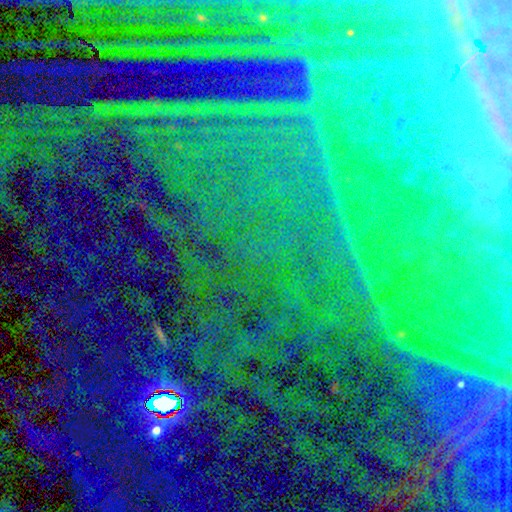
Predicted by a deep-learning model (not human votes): Smooth or featured: star or artifact — 83% (featured or disk — 10%)